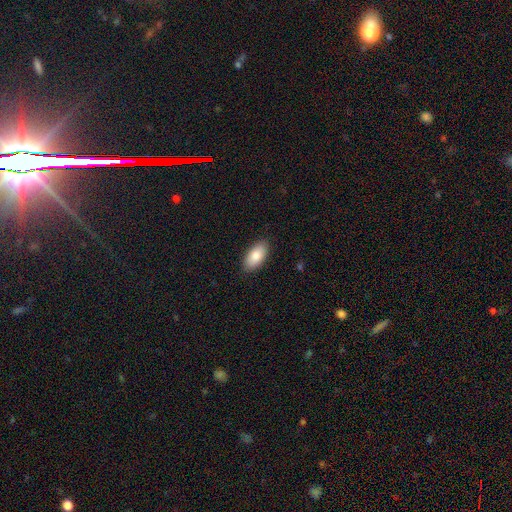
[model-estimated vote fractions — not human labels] Q: Smooth or featured?
A: smooth (86%); runner-up: featured or disk (8%)
Q: How rounded?
A: in between (94%); runner-up: cigar-shaped (4%)
Q: Merging?
A: none (88%); runner-up: minor disturbance (9%)